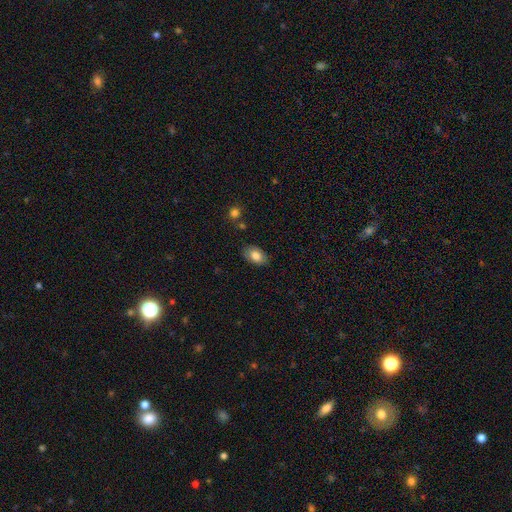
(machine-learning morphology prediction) The model was most divided on "smooth or featured": smooth: 81%, featured or disk: 12%, star or artifact: 7%. More confident: how rounded — in between (90%); merging — none (84%).